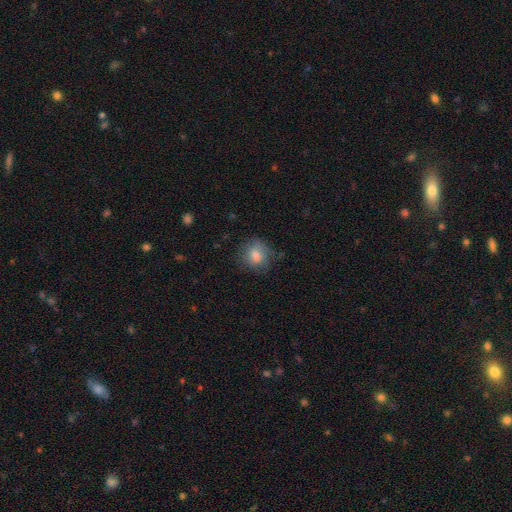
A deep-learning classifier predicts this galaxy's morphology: smooth 76%, featured or disk 15%, star or artifact 9%. Down the decision tree: how rounded — round (72%); merging — none (70%).